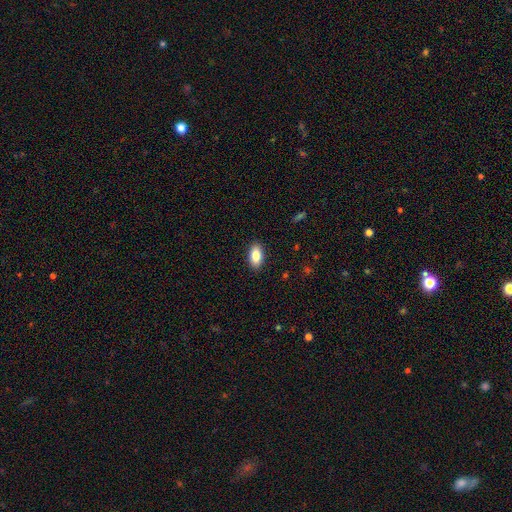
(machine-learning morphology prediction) smooth 84%, featured or disk 9%, star or artifact 7%. Down the decision tree: how rounded — in between (92%); merging — none (90%).